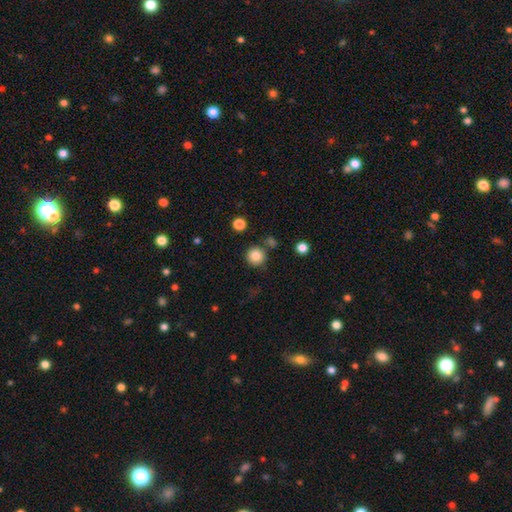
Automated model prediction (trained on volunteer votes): smooth-or-featured: smooth: 84% | star or artifact: 11% | featured or disk: 5%
  how-rounded: round: 94% | in between: 5% | cigar-shaped: 1%
  merging: none: 82% | minor disturbance: 8% | merger: 7% | major disturbance: 3%